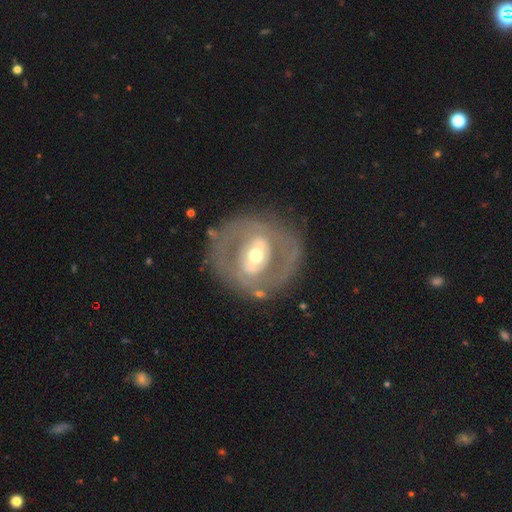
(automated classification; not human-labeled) This appears to be a featured or disk galaxy (74%) with a weak bar (36%), no spiral arms (56%) and a moderate central bulge (66%). Merging: none (74%).